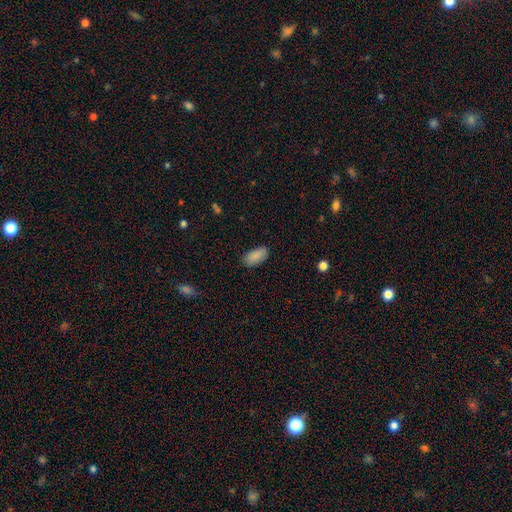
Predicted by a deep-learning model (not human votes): A smooth galaxy with no disk features (88%) that is in between round and cigar-shaped (92%). Merging: none (84%).